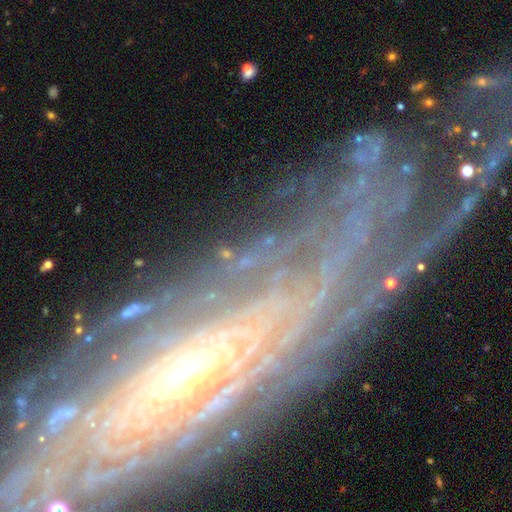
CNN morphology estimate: This appears to be a featured or disk galaxy (82%) with no bar (62%), tight (78%) spiral arms (91%) and a small central bulge (61%). Merging: none (74%).